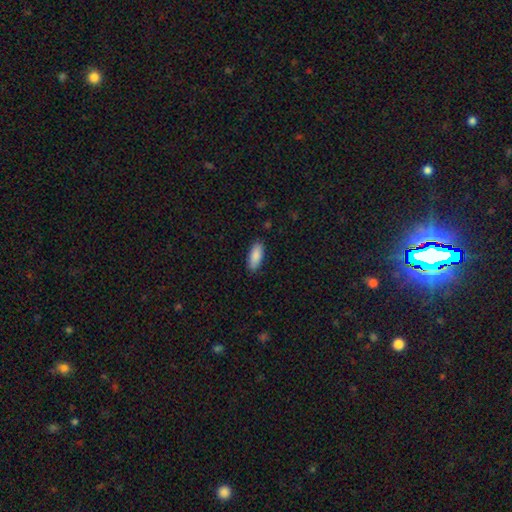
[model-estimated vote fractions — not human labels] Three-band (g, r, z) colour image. It shows a smooth galaxy with no disk features (88%) that is in between round and cigar-shaped (80%). Merging: none (88%).